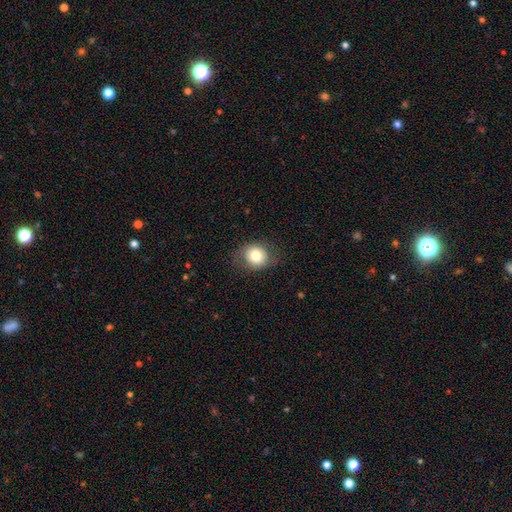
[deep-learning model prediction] A smooth galaxy with no disk features (77%) that is round (74%). Merging: none (79%).